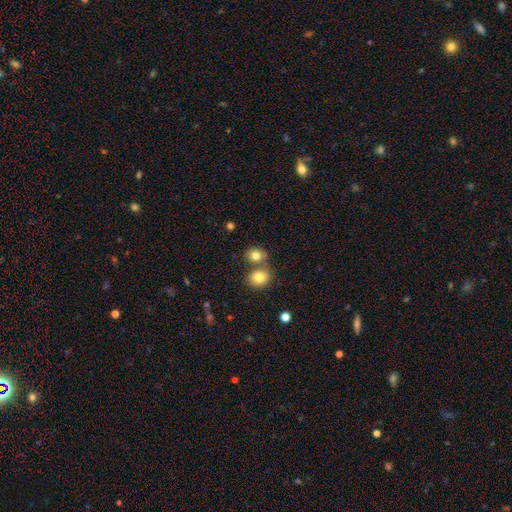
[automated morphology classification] Q: Smooth or featured?
A: smooth (80%); runner-up: star or artifact (10%)
Q: How rounded?
A: round (61%); runner-up: in between (37%)
Q: Merging?
A: none (51%); runner-up: merger (37%)